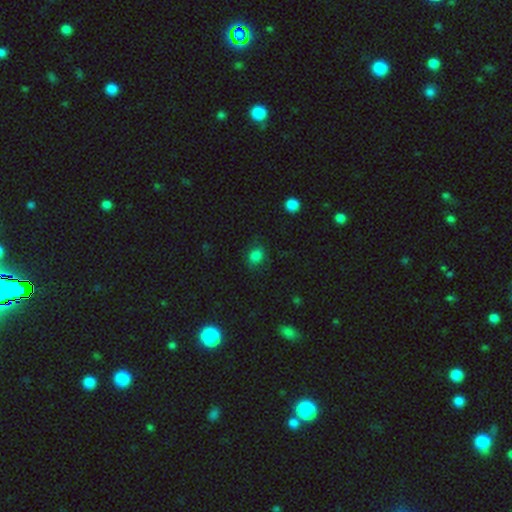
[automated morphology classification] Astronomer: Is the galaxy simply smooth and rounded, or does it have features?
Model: smooth — 81%.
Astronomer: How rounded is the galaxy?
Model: round — 53% (runner-up: in between, 46%).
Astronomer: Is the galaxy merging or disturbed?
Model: none — 78%.